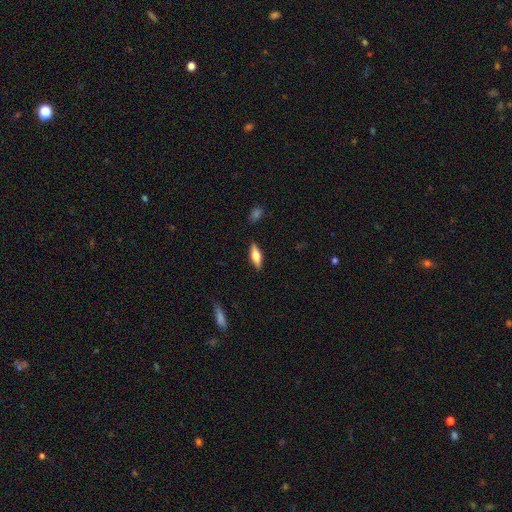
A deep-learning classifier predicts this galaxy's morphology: smooth_or_featured: smooth (p=0.54) [alt: featured or disk p=0.39]
how_rounded: in between (p=0.56) [alt: cigar-shaped p=0.41]
merging: none (p=0.88) [alt: minor disturbance p=0.09]